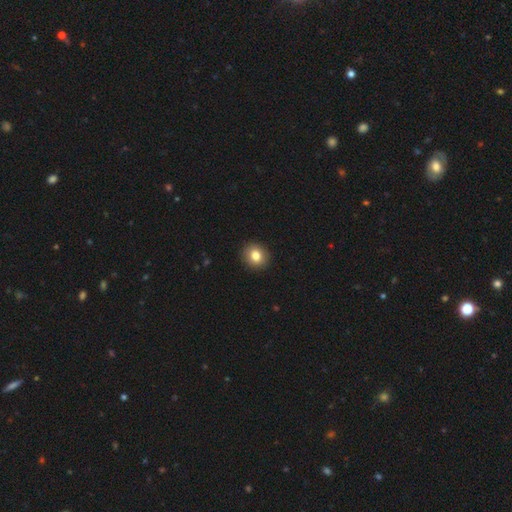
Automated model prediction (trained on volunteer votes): This is clearly a smooth galaxy (83%). How rounded: clearly round (80%). Merging: clearly none (92%).